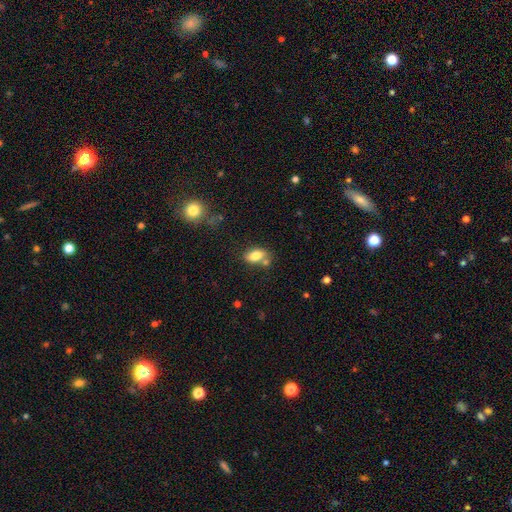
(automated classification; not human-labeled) Smooth or featured: smooth — 79% (featured or disk — 13%)
How rounded: in between — 88% (round — 7%)
Merging: none — 61% (merger — 20%)